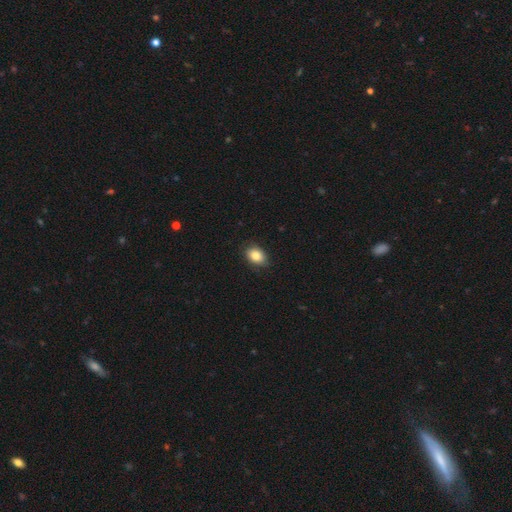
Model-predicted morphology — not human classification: The model was most divided on "how rounded": in between: 79%, round: 20%, cigar-shaped: 1%. More confident: smooth or featured — smooth (84%); merging — none (83%).